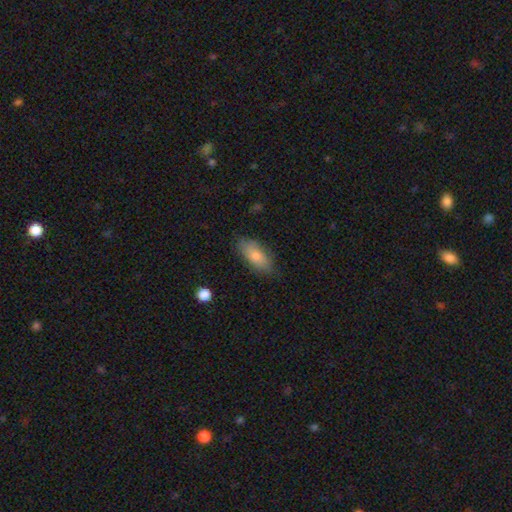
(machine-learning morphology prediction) Smooth or featured?
  - smooth: 79% *
  - featured or disk: 15%
  - star or artifact: 7%
How rounded?
  - in between: 80% *
  - cigar-shaped: 17%
  - round: 3%
Merging?
  - none: 82% *
  - minor disturbance: 14%
  - major disturbance: 3%
  - merger: 1%